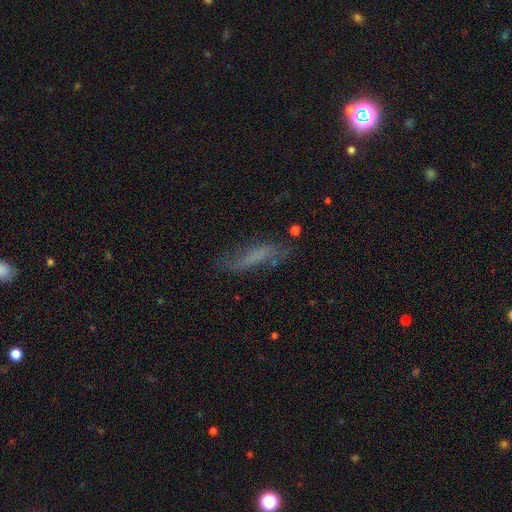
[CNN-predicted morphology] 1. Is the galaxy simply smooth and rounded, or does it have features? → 47% smooth, 41% featured or disk, 13% star or artifact.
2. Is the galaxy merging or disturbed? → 60% none, 24% minor disturbance, 13% major disturbance, 3% merger.